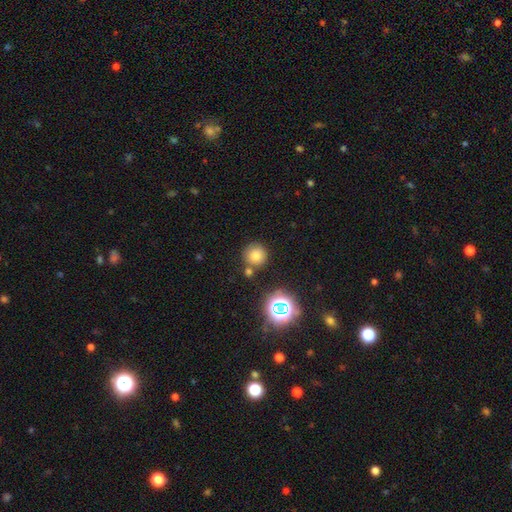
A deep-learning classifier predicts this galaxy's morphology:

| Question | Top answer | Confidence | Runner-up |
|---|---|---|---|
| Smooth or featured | smooth | 75% | star or artifact (17%) |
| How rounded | round | 94% | in between (5%) |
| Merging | none | 75% | merger (13%) |